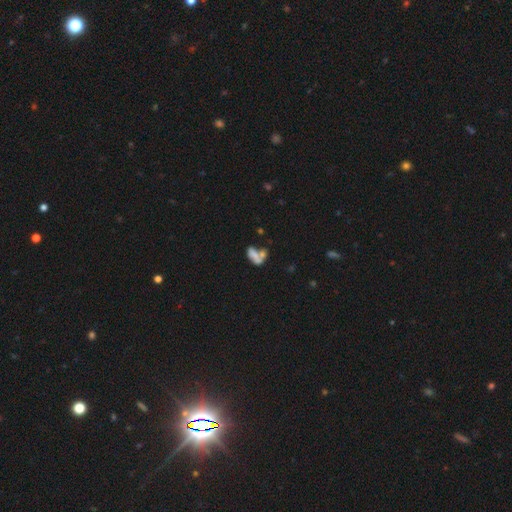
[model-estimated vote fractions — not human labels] Smooth or featured? Predicted: smooth (p=0.60). How rounded? Predicted: in between (p=0.84). Merging? Predicted: merger (p=0.56).